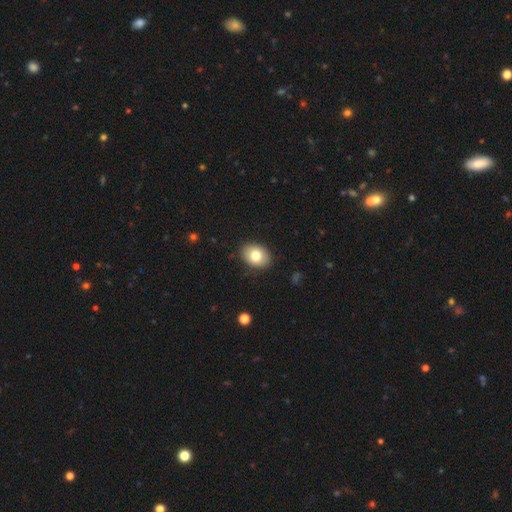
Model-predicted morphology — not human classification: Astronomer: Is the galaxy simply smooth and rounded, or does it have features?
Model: smooth — 79%.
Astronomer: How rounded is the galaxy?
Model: in between — 68%.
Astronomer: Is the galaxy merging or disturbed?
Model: none — 88%.